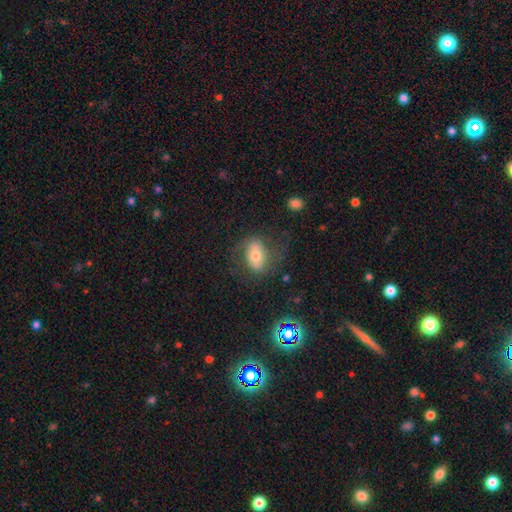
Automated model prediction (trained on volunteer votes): smooth 49%, featured or disk 40%, star or artifact 11%. Down the decision tree: merging — none (64%).